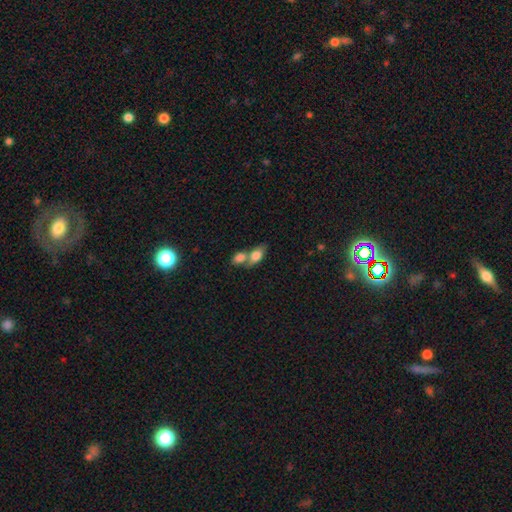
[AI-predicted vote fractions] A smooth galaxy with no disk features (77%) that is in between round and cigar-shaped (84%). Merging: merger (61%).